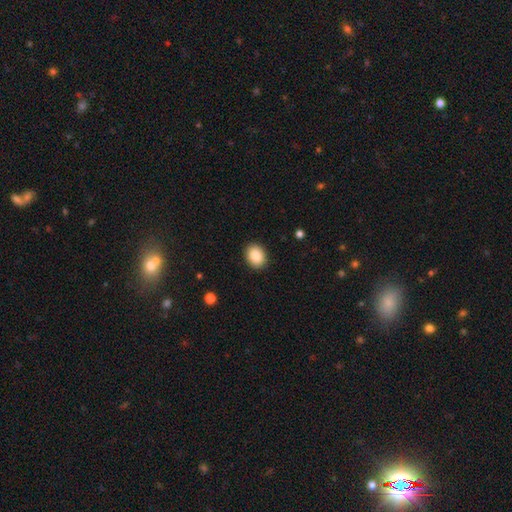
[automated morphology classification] This appears to be a smooth galaxy with no disk features (87%) that is in between round and cigar-shaped (59%). Merging: none (91%).